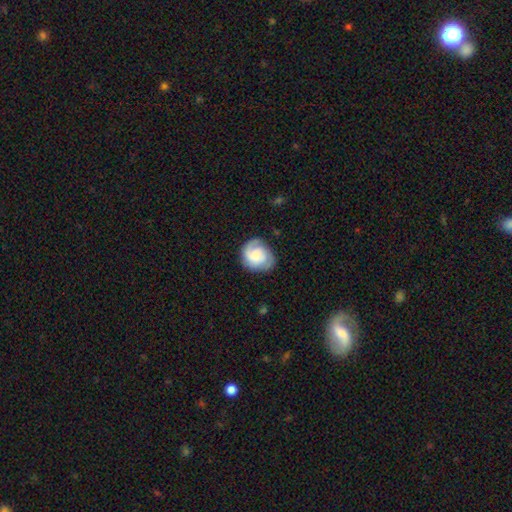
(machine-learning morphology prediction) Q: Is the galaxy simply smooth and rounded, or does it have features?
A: featured or disk — 55%.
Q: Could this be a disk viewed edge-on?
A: no — 98%.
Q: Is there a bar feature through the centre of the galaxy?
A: no — 63%.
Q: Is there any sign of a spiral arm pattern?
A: yes — 91%.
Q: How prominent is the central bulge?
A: small — 29%.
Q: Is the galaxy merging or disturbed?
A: none — 71%.